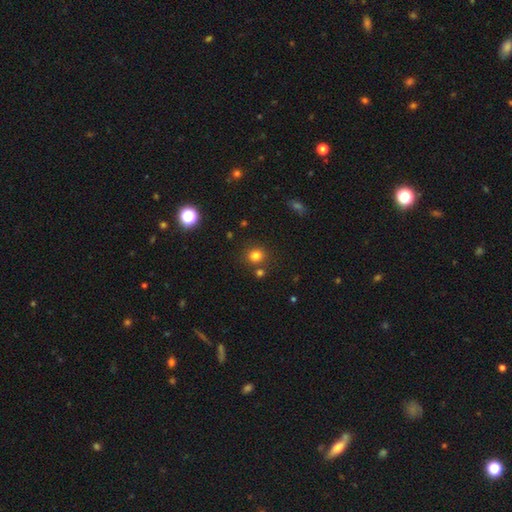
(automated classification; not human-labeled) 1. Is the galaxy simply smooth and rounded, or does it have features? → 79% smooth, 15% star or artifact, 6% featured or disk.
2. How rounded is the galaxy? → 83% round, 16% in between, 1% cigar-shaped.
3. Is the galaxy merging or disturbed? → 79% none, 10% merger, 9% minor disturbance, 3% major disturbance.